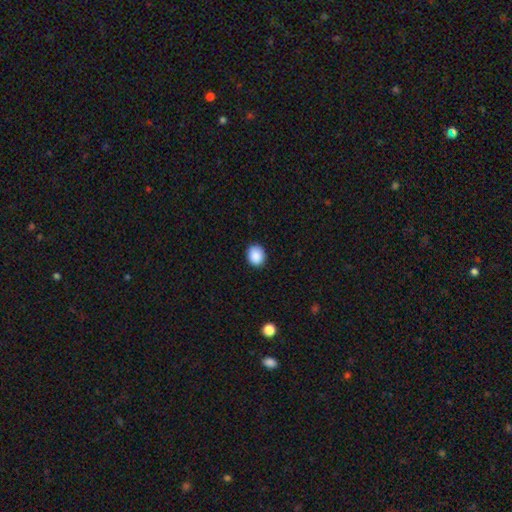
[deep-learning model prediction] smooth-or-featured: smooth: 89% | star or artifact: 8% | featured or disk: 3%
  how-rounded: round: 68% | in between: 31% | cigar-shaped: 1%
  merging: none: 89% | minor disturbance: 8% | major disturbance: 2% | merger: 1%